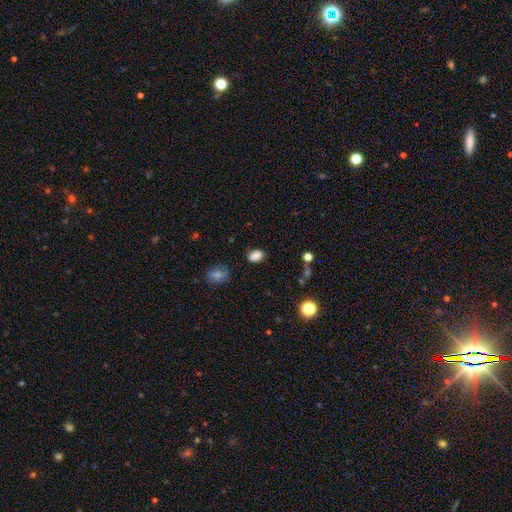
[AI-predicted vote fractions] Q: Smooth or featured?
A: smooth (84%); runner-up: star or artifact (12%)
Q: How rounded?
A: in between (79%); runner-up: round (19%)
Q: Merging?
A: none (81%); runner-up: minor disturbance (14%)